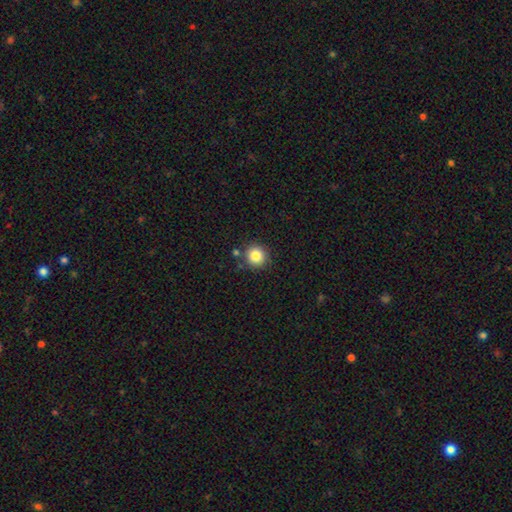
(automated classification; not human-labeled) Smooth or featured? smooth (84%)
How rounded? round (93%)
Merging? none (84%)